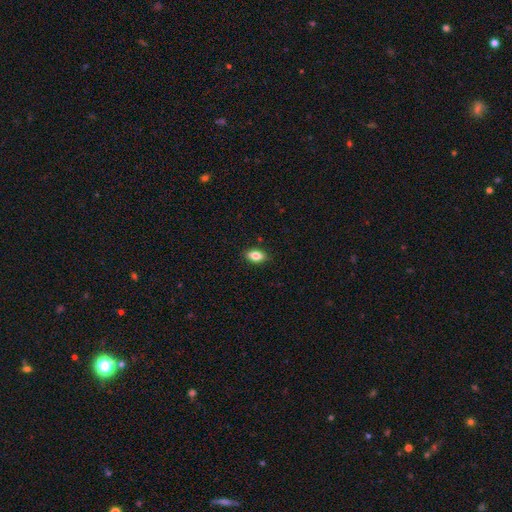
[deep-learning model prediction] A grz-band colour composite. It shows a smooth galaxy with no disk features (83%) that is in between round and cigar-shaped (88%). Merging: none (88%).